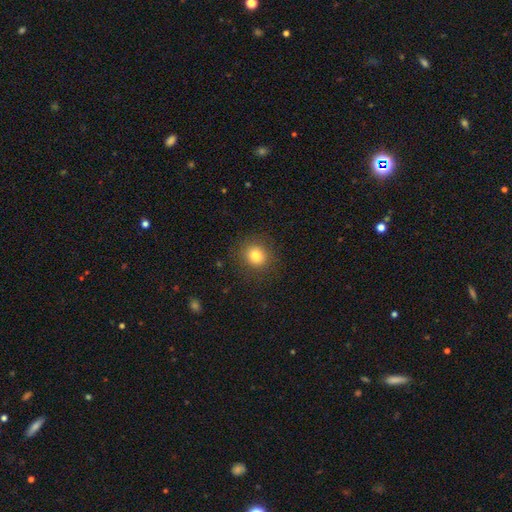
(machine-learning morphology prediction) Smooth or featured?
  - smooth: 81% *
  - star or artifact: 12%
  - featured or disk: 7%
How rounded?
  - round: 83% *
  - in between: 16%
  - cigar-shaped: 1%
Merging?
  - none: 88% *
  - minor disturbance: 8%
  - major disturbance: 3%
  - merger: 1%